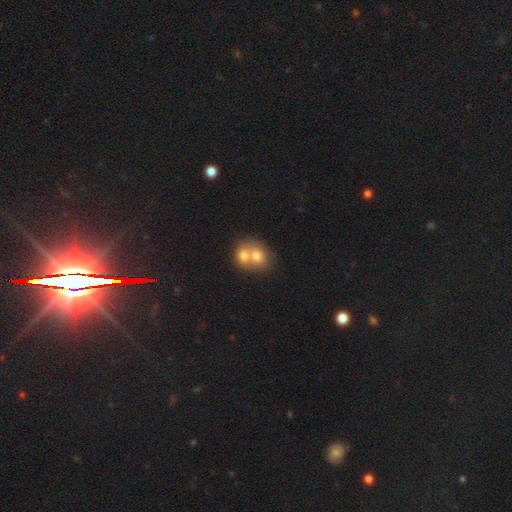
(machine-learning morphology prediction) smooth-or-featured: smooth: 69% | featured or disk: 22% | star or artifact: 9%
  how-rounded: round: 61% | in between: 38% | cigar-shaped: 1%
  merging: merger: 74% | none: 19% | minor disturbance: 5% | major disturbance: 2%